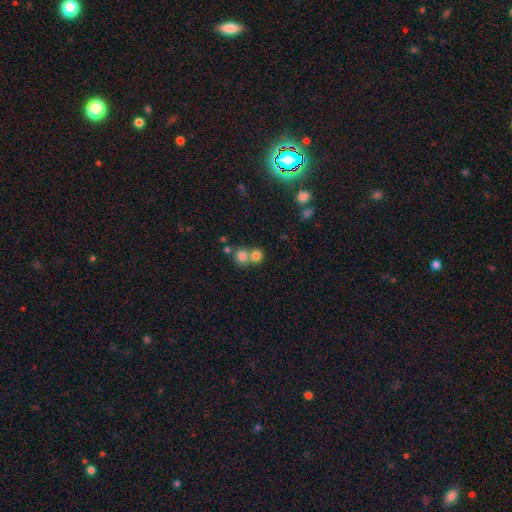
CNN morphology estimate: Smooth or featured? Predicted: smooth (p=0.76). How rounded? Predicted: round (p=0.87). Merging? Predicted: merger (p=0.48).